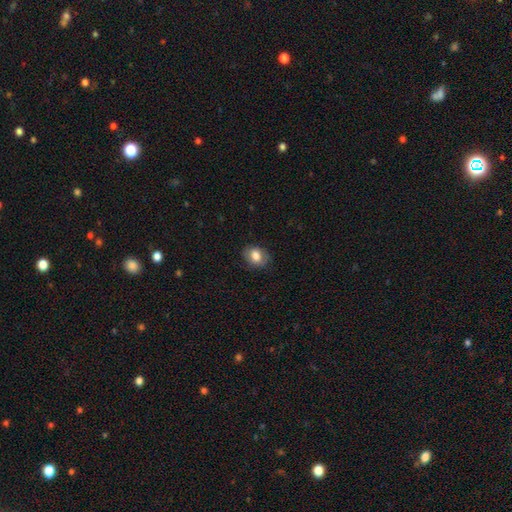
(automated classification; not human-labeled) Smooth or featured?
  - smooth: 78% *
  - featured or disk: 14%
  - star or artifact: 8%
How rounded?
  - in between: 61% *
  - round: 38%
  - cigar-shaped: 1%
Merging?
  - none: 82% *
  - minor disturbance: 14%
  - major disturbance: 4%
  - merger: 1%